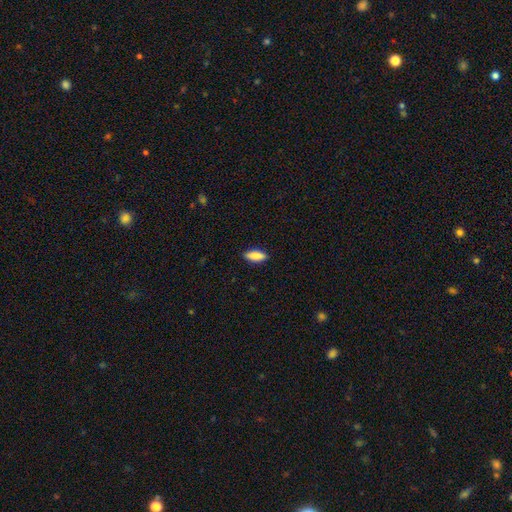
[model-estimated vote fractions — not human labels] smooth-or-featured: smooth: 85% | featured or disk: 9% | star or artifact: 6%
  how-rounded: in between: 70% | cigar-shaped: 28% | round: 2%
  merging: none: 89% | minor disturbance: 8% | major disturbance: 2% | merger: 1%